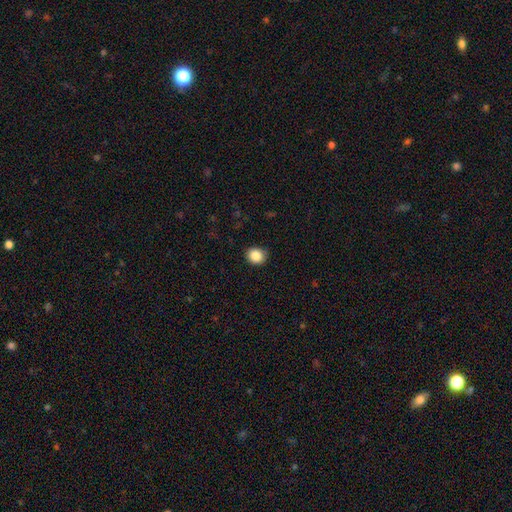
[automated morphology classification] Smooth or featured?
  - smooth: 86% *
  - star or artifact: 9%
  - featured or disk: 5%
How rounded?
  - round: 77% *
  - in between: 22%
  - cigar-shaped: 1%
Merging?
  - none: 87% *
  - minor disturbance: 10%
  - major disturbance: 2%
  - merger: 1%